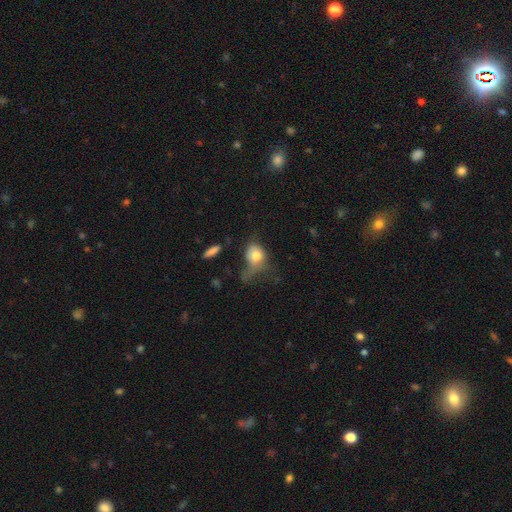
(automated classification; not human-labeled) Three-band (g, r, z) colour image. It shows a smooth galaxy with no disk features (74%) that is in between round and cigar-shaped (54%). Merging: major disturbance (48%).